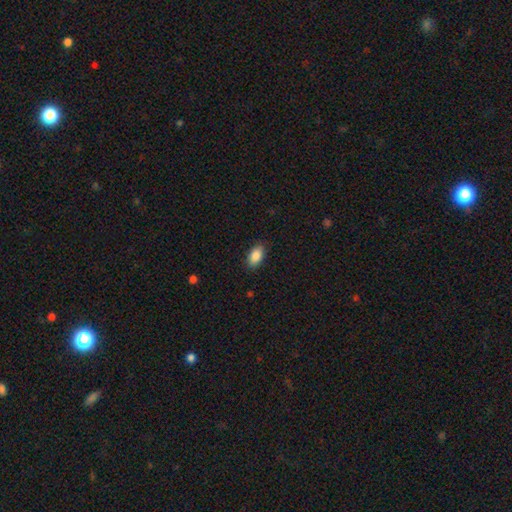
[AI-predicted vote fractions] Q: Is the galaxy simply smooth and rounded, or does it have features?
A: smooth — 87%.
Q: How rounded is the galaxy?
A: in between — 92%.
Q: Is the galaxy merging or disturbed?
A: none — 86%.